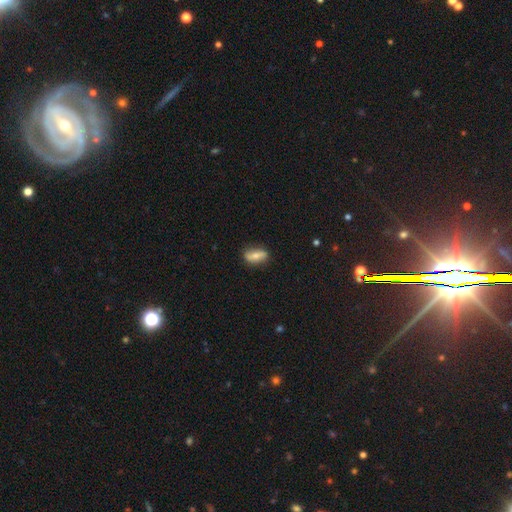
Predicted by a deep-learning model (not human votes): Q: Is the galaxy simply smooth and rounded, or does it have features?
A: smooth — 57%.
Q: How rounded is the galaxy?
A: in between — 78%.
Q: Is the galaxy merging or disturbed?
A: none — 81%.